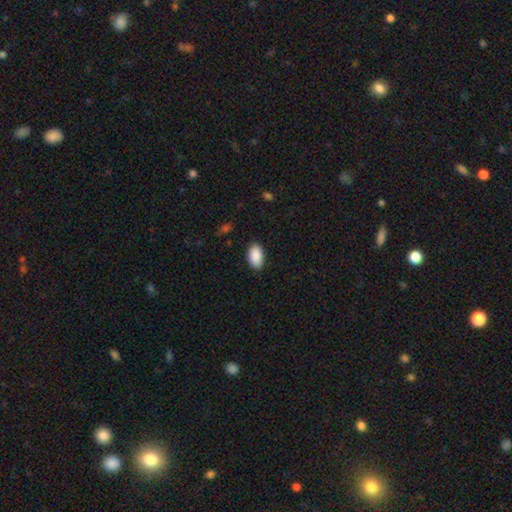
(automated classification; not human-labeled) Smooth or featured: smooth — 90% (star or artifact — 6%)
How rounded: in between — 94% (round — 4%)
Merging: none — 86% (minor disturbance — 11%)